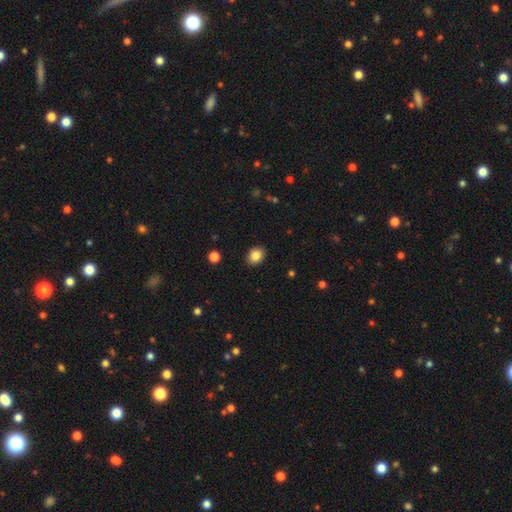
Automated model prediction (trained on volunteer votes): Morphology: type=smooth (85%); roundness=in between (54%); merging=none (89%).